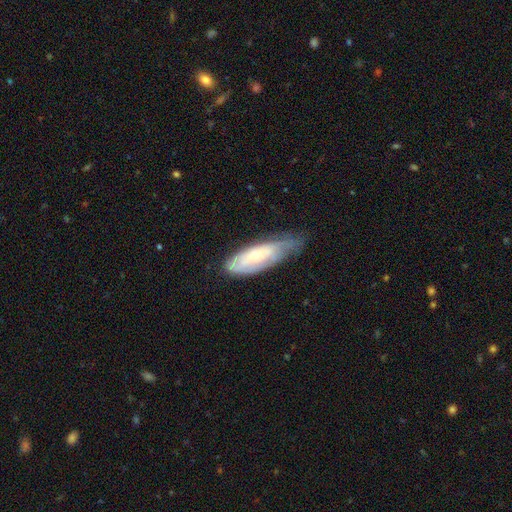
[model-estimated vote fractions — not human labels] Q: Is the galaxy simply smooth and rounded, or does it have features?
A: featured or disk — 59%.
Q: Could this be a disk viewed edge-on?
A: no — 80%.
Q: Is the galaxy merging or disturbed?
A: none — 46%.